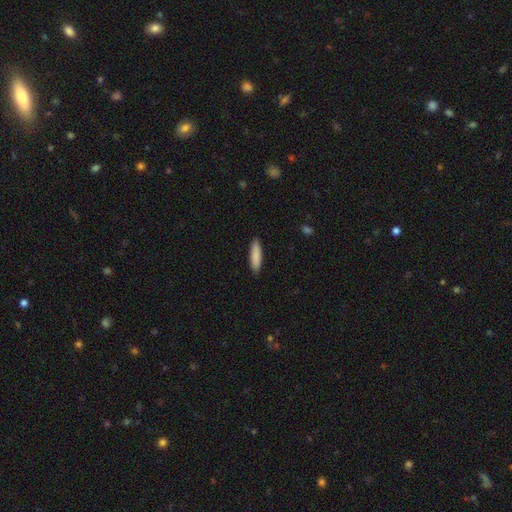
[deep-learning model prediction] A smooth galaxy with no disk features (88%) that is cigar-shaped (74%).

Vote fractions:
- Smooth or featured? smooth: 88% / featured or disk: 7% / star or artifact: 6%
- How rounded? cigar-shaped: 74% / in between: 24% / round: 1%
- Merging? none: 90% / minor disturbance: 7% / major disturbance: 2% / merger: 1%